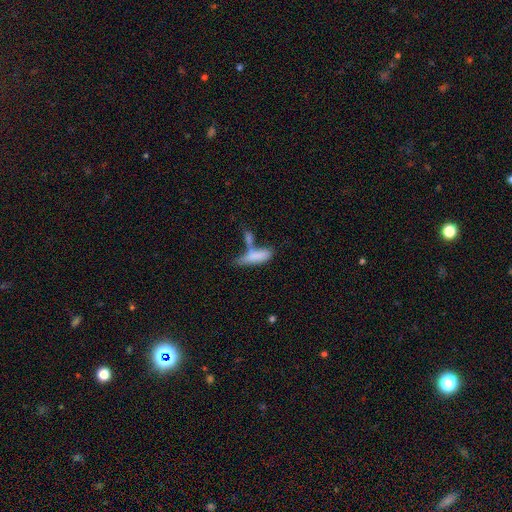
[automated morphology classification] Smooth or featured?
  - smooth: 74% *
  - featured or disk: 19%
  - star or artifact: 7%
How rounded?
  - cigar-shaped: 53% *
  - in between: 44%
  - round: 2%
Merging?
  - merger: 44% *
  - none: 28%
  - minor disturbance: 16%
  - major disturbance: 12%